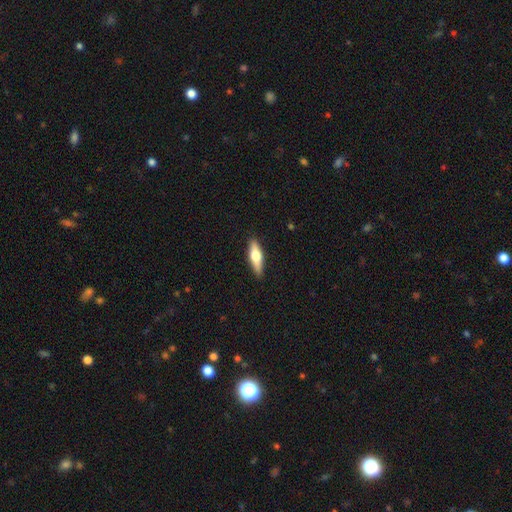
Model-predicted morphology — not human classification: smooth 51%, featured or disk 43%, star or artifact 6%. Down the decision tree: how rounded — cigar-shaped (56%); merging — none (89%).